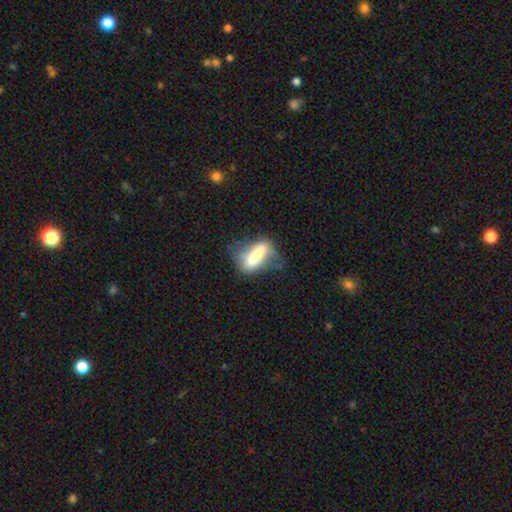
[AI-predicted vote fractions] A smooth galaxy with no disk features (57%) that is in between round and cigar-shaped (53%).

Vote fractions:
- Smooth or featured? smooth: 57% / featured or disk: 34% / star or artifact: 8%
- How rounded? in between: 53% / cigar-shaped: 43% / round: 4%
- Merging? none: 40% / minor disturbance: 29% / major disturbance: 25% / merger: 6%